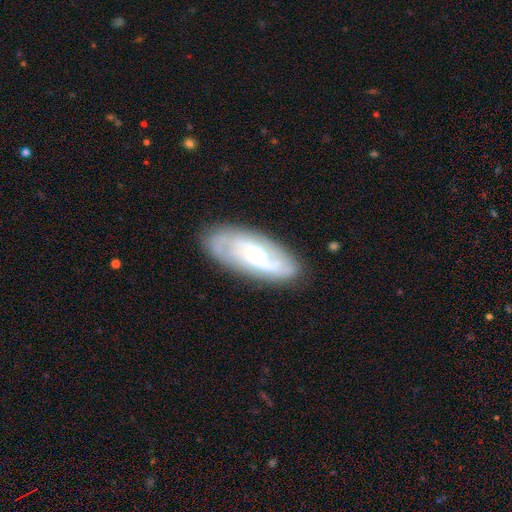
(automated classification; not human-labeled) featured or disk 72%, smooth 21%, star or artifact 6%. Down the decision tree: edge-on disk — no (90%); bar — no (52%); spiral arms — yes (90%); spiral arm count — 2 (39%); spiral winding — tight (43%); bulge size — small (69%); merging — none (80%).